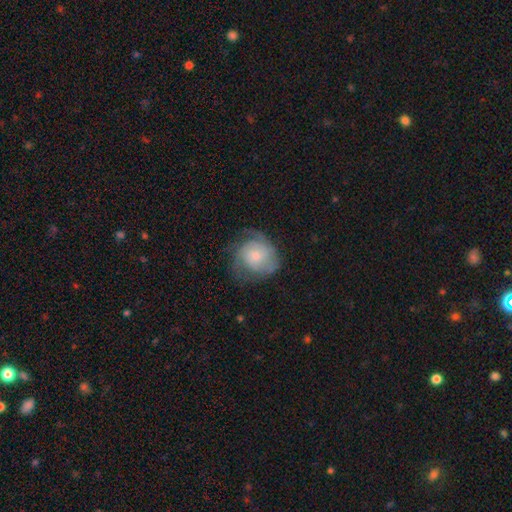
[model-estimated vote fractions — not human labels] Smooth or featured? Predicted: featured or disk (p=0.59). Edge-on disk? Predicted: no (p=0.98). Bar? Predicted: no (p=0.78). Spiral arms? Predicted: yes (p=0.87). Spiral winding? Predicted: tight (p=0.46). Spiral arm count? Predicted: can't tell (p=0.31, tied with 2). Bulge size? Predicted: small (p=0.55). Merging? Predicted: none (p=0.56).